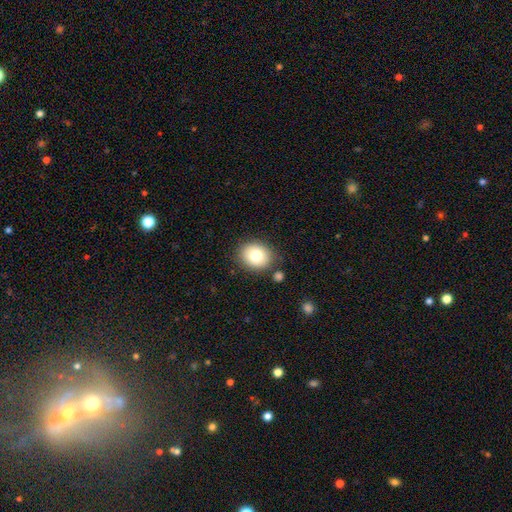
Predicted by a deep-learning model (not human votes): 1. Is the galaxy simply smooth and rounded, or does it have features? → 79% smooth, 12% featured or disk, 9% star or artifact.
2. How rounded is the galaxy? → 63% round, 36% in between, 1% cigar-shaped.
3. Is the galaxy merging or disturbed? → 81% none, 12% minor disturbance, 4% merger, 3% major disturbance.